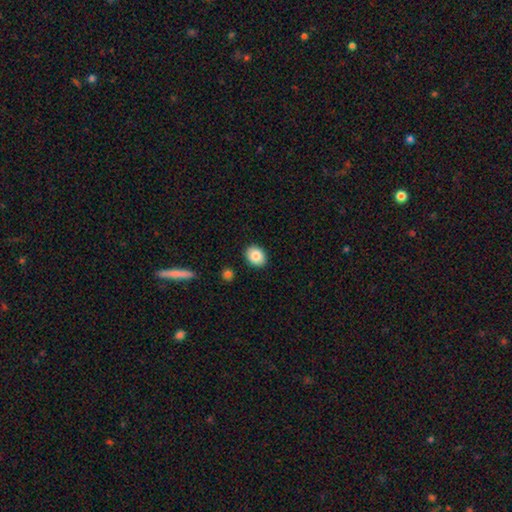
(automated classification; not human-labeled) Q: Smooth or featured?
A: smooth (86%); runner-up: star or artifact (8%)
Q: How rounded?
A: in between (57%); runner-up: round (42%)
Q: Merging?
A: none (89%); runner-up: minor disturbance (7%)